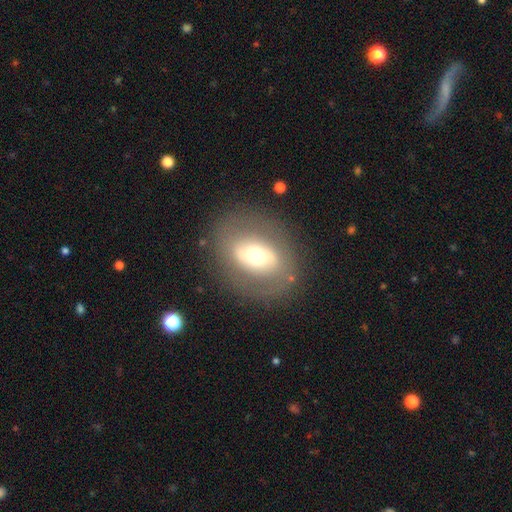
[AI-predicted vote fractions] A featured or disk galaxy (46%). Merging: none (79%).